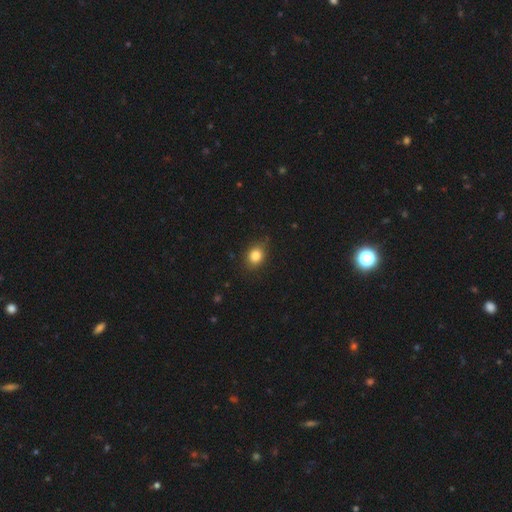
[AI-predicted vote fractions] Overall: smooth (83%). How rounded: round (52%; in between 47%). Merging: none (79%).